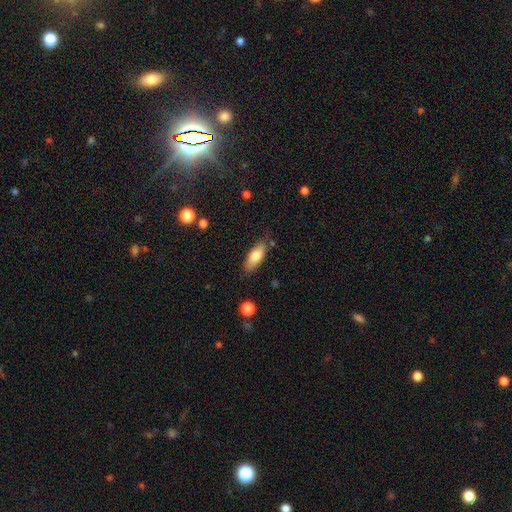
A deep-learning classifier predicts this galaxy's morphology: smooth-or-featured: smooth: 79% | featured or disk: 15% | star or artifact: 7%
  how-rounded: in between: 73% | cigar-shaped: 25% | round: 2%
  merging: none: 78% | minor disturbance: 16% | major disturbance: 3% | merger: 3%